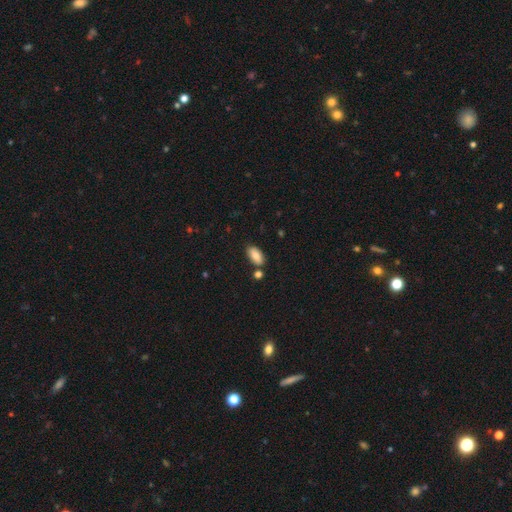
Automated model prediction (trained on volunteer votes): This appears to be a smooth galaxy with no disk features (84%) that is in between round and cigar-shaped (91%). Merging: none (79%).